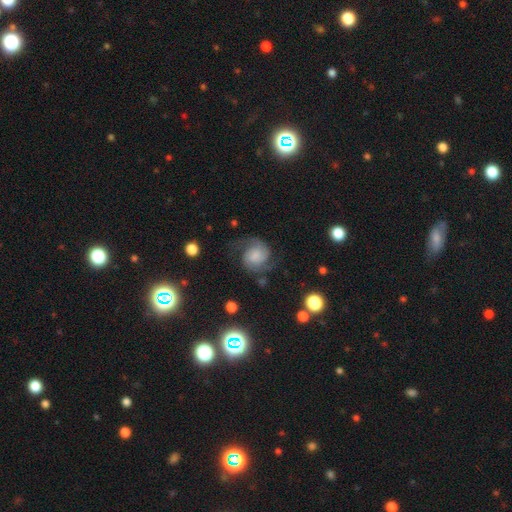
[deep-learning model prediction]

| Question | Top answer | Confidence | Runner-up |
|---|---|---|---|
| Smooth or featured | featured or disk | 80% | smooth (13%) |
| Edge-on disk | no | 98% | yes (2%) |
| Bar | no | 65% | weak (29%) |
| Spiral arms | yes | 97% | no (3%) |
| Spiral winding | medium | 52% | loose (24%) |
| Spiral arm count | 2 | 93% | can't tell (2%) |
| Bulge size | small | 28% | tied: none (28%) |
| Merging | none | 73% | minor disturbance (16%) |